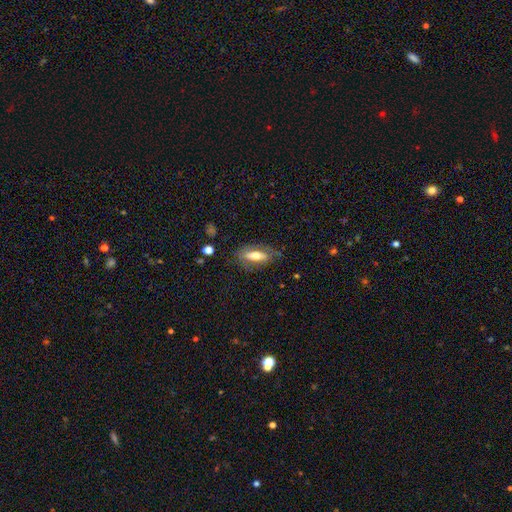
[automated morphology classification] Overall: smooth (52%; featured or disk 40%). How rounded: in between (71%). Merging: none (70%).